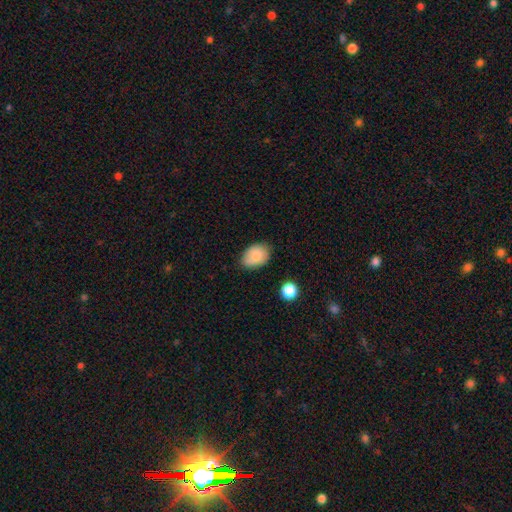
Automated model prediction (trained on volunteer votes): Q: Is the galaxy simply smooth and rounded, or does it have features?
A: smooth — 80%.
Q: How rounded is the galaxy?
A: in between — 77%.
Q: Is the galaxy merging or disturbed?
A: none — 71%.